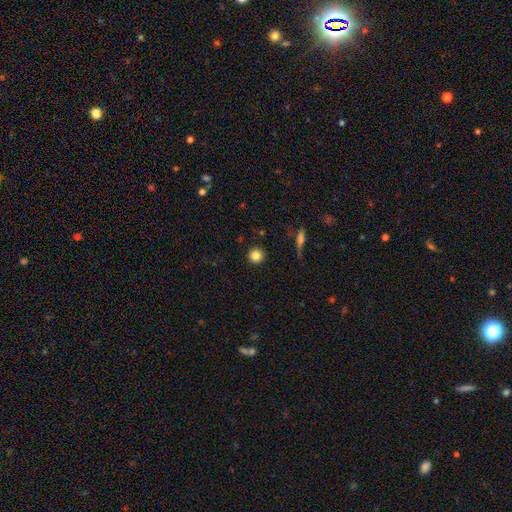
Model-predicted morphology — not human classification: This appears to be a smooth galaxy with no disk features (83%) that is round (95%). Merging: none (91%).